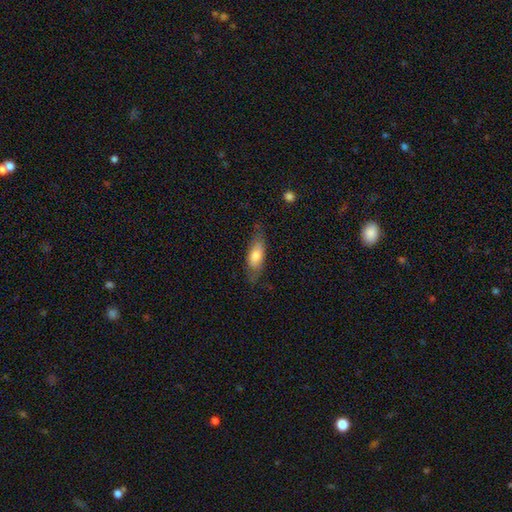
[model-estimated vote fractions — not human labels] Smooth or featured? smooth (68%)
How rounded? in between (66%)
Merging? none (68%)